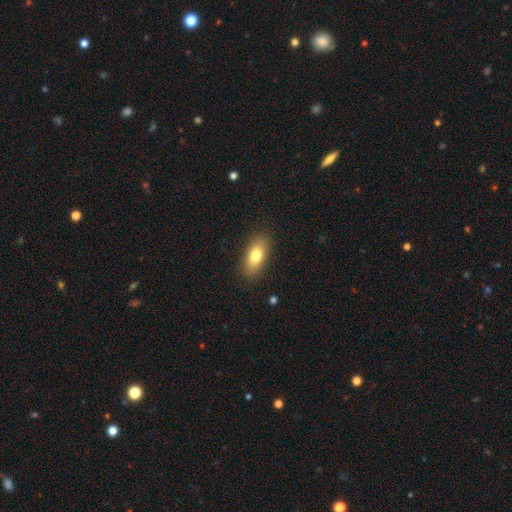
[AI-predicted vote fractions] Smooth or featured?
  - smooth: 78% *
  - featured or disk: 15%
  - star or artifact: 7%
How rounded?
  - in between: 82% *
  - cigar-shaped: 14%
  - round: 5%
Merging?
  - none: 87% *
  - minor disturbance: 10%
  - major disturbance: 3%
  - merger: 1%